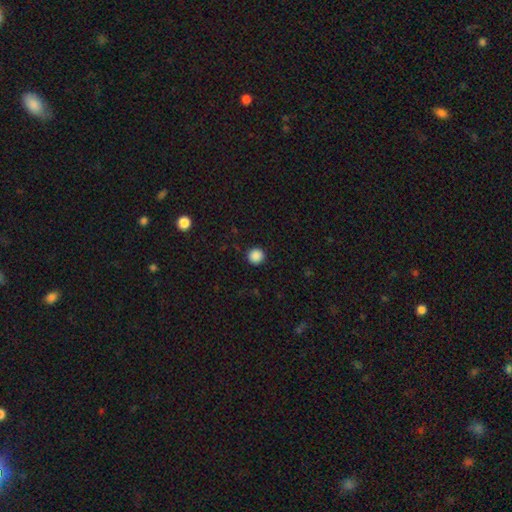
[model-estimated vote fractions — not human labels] A smooth galaxy with no disk features (88%) that is round (96%). Merging: none (92%).